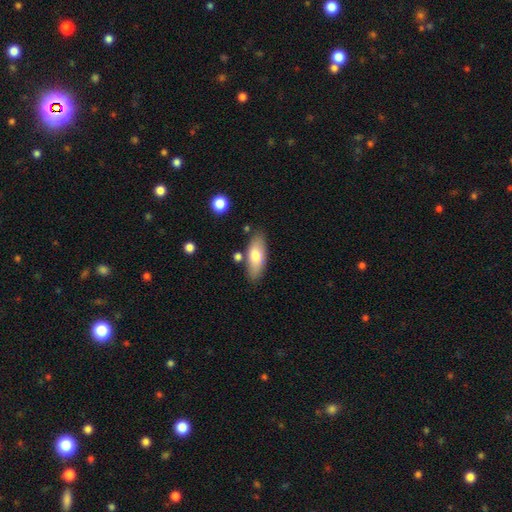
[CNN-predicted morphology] smooth 74%, featured or disk 20%, star or artifact 6%. Down the decision tree: how rounded — in between (76%); merging — none (78%).